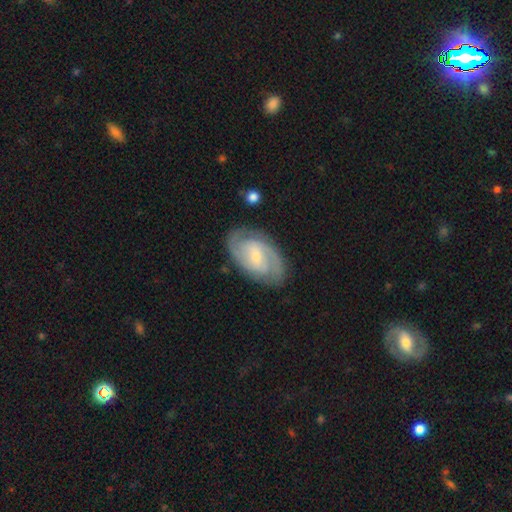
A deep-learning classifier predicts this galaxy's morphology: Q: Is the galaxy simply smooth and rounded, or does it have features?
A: featured or disk — 83%.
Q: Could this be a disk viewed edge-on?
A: no — 96%.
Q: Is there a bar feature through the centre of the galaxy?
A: weak — 49%.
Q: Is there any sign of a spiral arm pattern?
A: yes — 95%.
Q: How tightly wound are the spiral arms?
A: tight — 51%.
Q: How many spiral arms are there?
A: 2 — 77%.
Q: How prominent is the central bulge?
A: small — 66%.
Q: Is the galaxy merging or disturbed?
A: none — 82%.